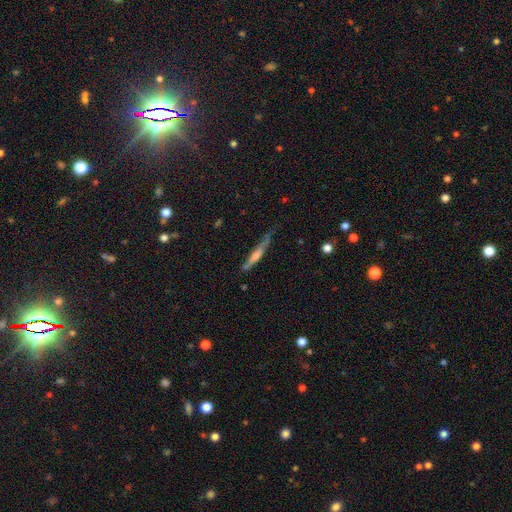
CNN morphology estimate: type=featured or disk (61%); edge-on=yes (93%); edge-on bulge=rounded (62%); merging=none (65%).